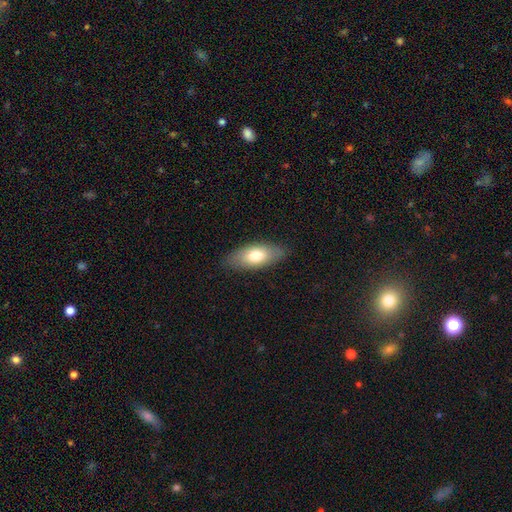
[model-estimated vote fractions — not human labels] Smooth or featured?
  - smooth: 74% *
  - featured or disk: 20%
  - star or artifact: 6%
How rounded?
  - in between: 85% *
  - cigar-shaped: 13%
  - round: 3%
Merging?
  - none: 84% *
  - minor disturbance: 12%
  - major disturbance: 3%
  - merger: 1%